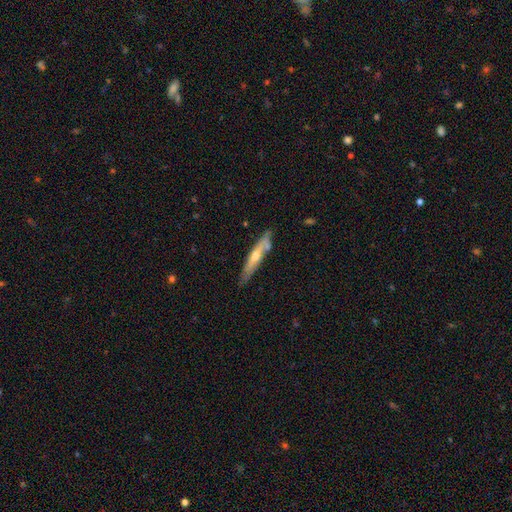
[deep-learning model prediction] smooth-or-featured: featured or disk: 58% | smooth: 36% | star or artifact: 6%
  disk-edge-on: yes: 79% | no: 21%
  merging: none: 73% | minor disturbance: 18% | merger: 5% | major disturbance: 3%